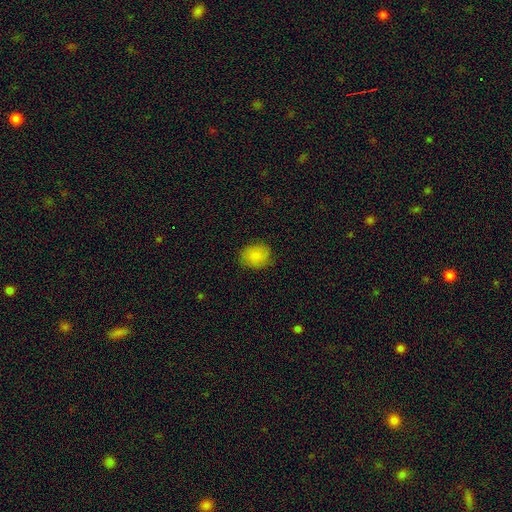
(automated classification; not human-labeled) Smooth or featured? smooth (86%)
How rounded? round (58%)
Merging? none (82%)